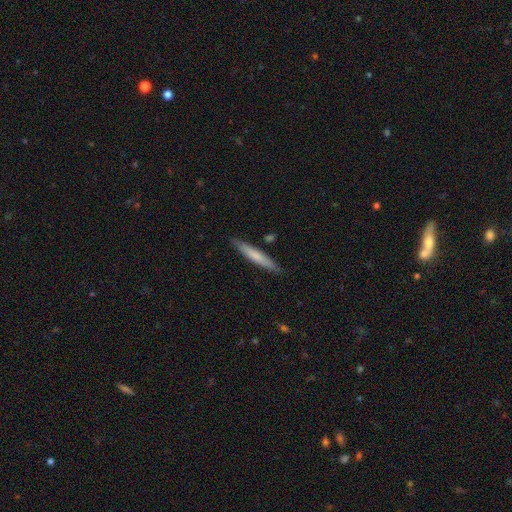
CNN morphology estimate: Smooth or featured? Predicted: smooth (p=0.67). How rounded? Predicted: cigar-shaped (p=0.94). Merging? Predicted: none (p=0.89).